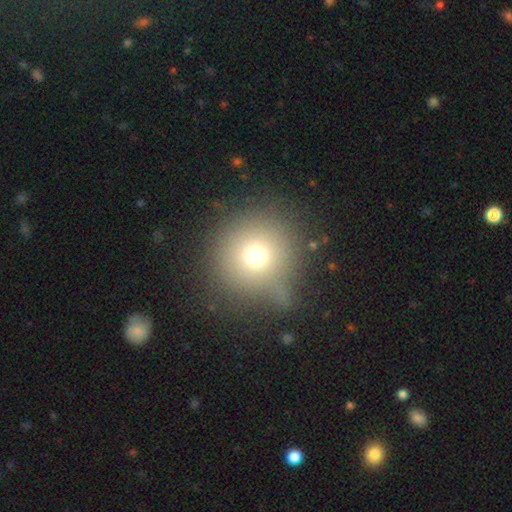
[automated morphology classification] Smooth or featured?
  - smooth: 71% *
  - star or artifact: 17%
  - featured or disk: 13%
How rounded?
  - round: 95% *
  - in between: 4%
  - cigar-shaped: 1%
Merging?
  - none: 76% *
  - minor disturbance: 13%
  - major disturbance: 6%
  - merger: 4%